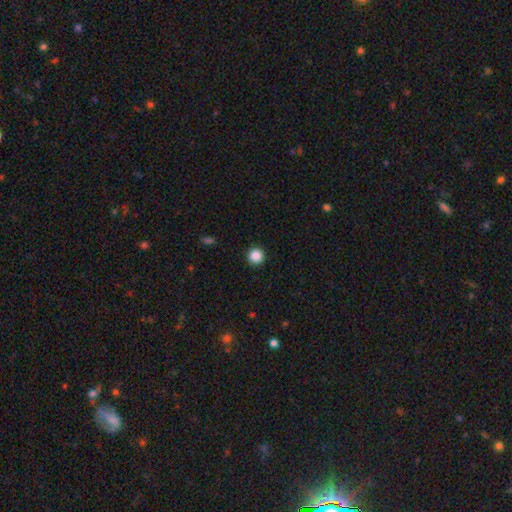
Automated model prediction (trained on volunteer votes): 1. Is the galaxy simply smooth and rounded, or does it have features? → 87% smooth, 10% star or artifact, 3% featured or disk.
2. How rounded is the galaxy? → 96% round, 3% in between, 1% cigar-shaped.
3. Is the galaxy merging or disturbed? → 93% none, 4% minor disturbance, 2% major disturbance, 1% merger.